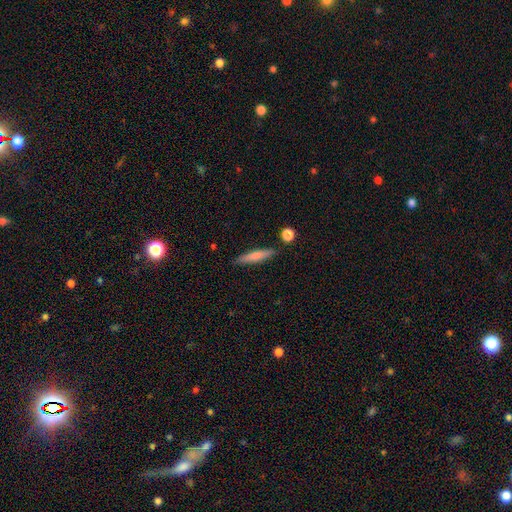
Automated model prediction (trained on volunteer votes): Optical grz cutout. It shows a smooth galaxy with no disk features (70%) that is cigar-shaped (88%). Merging: none (85%).